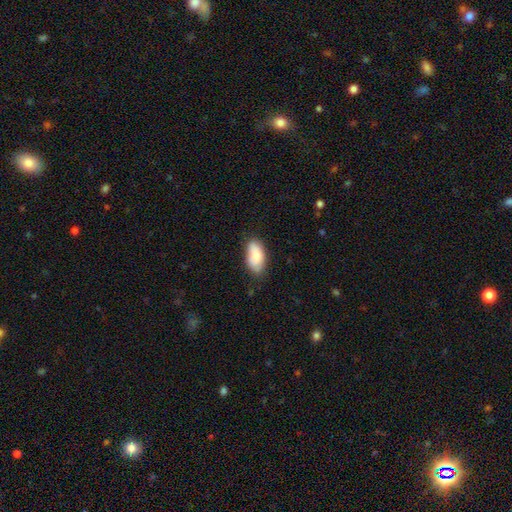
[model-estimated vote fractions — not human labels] Smooth or featured? smooth (79%)
How rounded? in between (93%)
Merging? none (74%)